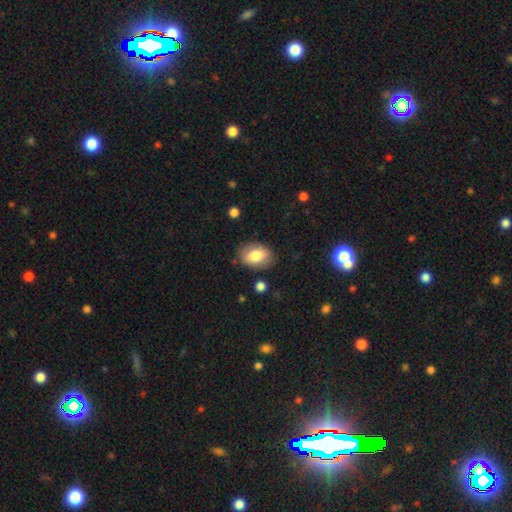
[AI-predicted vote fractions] This is likely a smooth galaxy (78%). How rounded: clearly in between (81%). Merging: clearly none (82%).